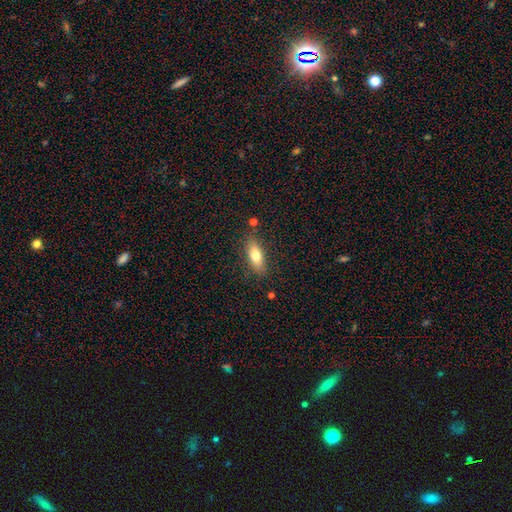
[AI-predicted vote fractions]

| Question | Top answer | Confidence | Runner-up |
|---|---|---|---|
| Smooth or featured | smooth | 73% | featured or disk (19%) |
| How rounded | in between | 70% | cigar-shaped (27%) |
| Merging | none | 82% | minor disturbance (12%) |